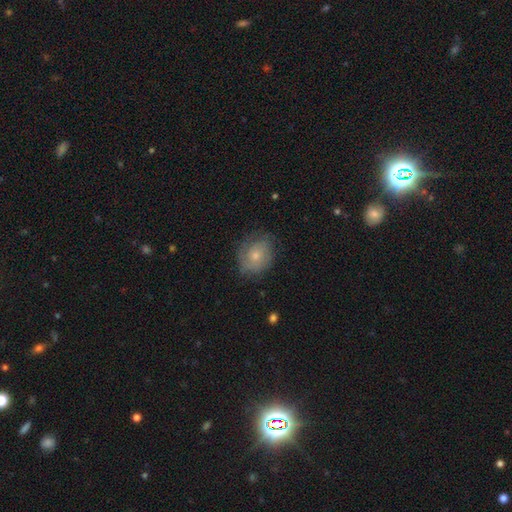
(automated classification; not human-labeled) Smooth or featured? Predicted: smooth (p=0.51). How rounded? Predicted: round (p=0.64). Merging? Predicted: none (p=0.68).